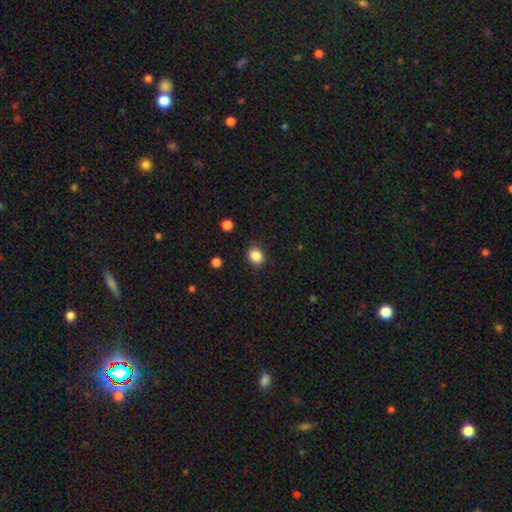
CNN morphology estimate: Smooth or featured: smooth — 86% (star or artifact — 10%)
How rounded: round — 64% (in between — 35%)
Merging: none — 86% (minor disturbance — 10%)